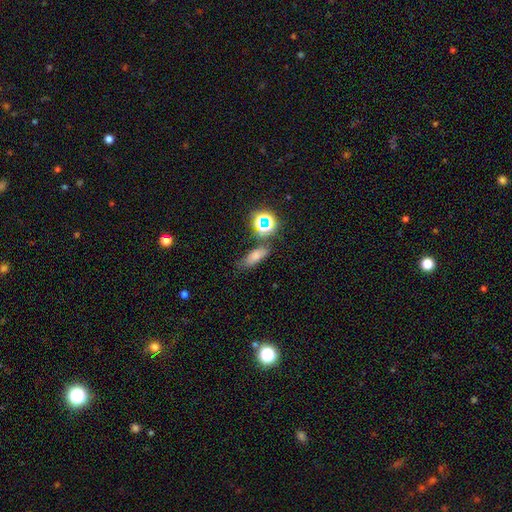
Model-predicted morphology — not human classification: Overall: smooth (67%). How rounded: in between (64%; cigar-shaped 26%). Merging: none (62%).